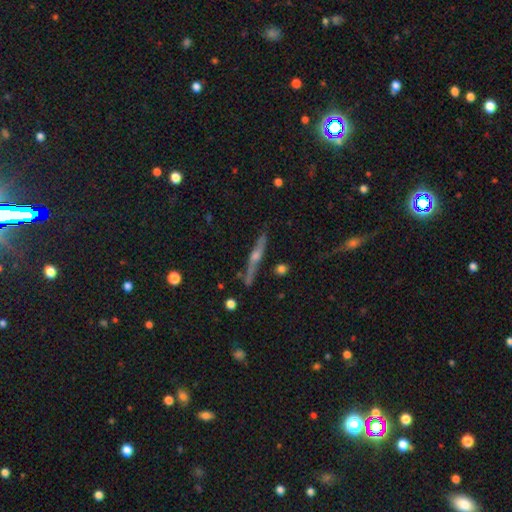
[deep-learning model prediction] A featured or disk galaxy (71%) viewed edge-on (96%) with a rounded central bulge (84%).

Vote fractions:
- Smooth or featured? featured or disk: 71% / smooth: 21% / star or artifact: 8%
- Edge-on disk? yes: 96% / no: 4%
- Edge-on bulge? rounded: 84% / none: 11% / boxy: 5%
- Merging? none: 81% / minor disturbance: 13% / major disturbance: 3% / merger: 3%